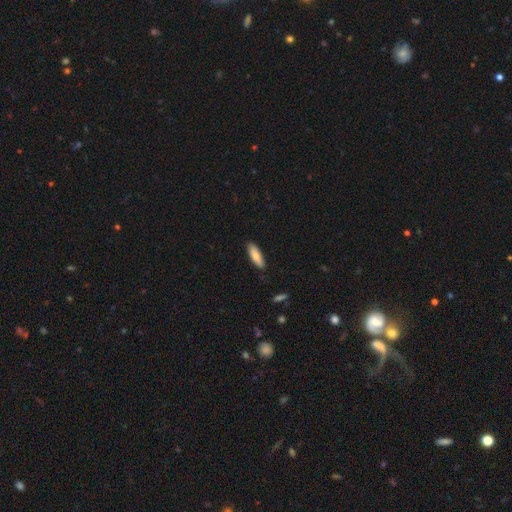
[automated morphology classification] Smooth or featured?
  - smooth: 82% *
  - featured or disk: 12%
  - star or artifact: 6%
How rounded?
  - in between: 50% *
  - cigar-shaped: 49%
  - round: 2%
Merging?
  - none: 86% *
  - minor disturbance: 11%
  - major disturbance: 2%
  - merger: 1%